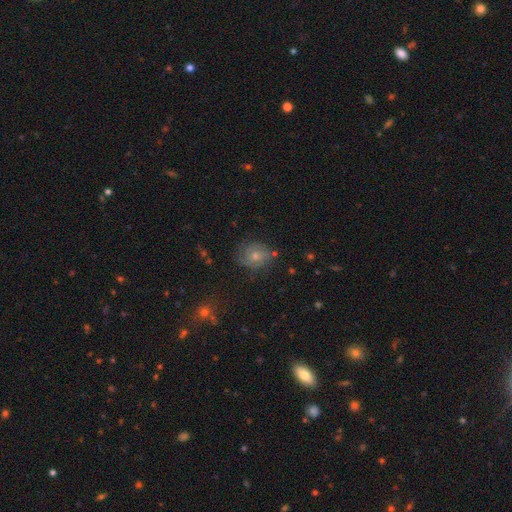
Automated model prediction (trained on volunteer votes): The model was most divided on "smooth or featured": featured or disk: 47%, smooth: 33%, star or artifact: 20%. More confident: merging — none (73%).